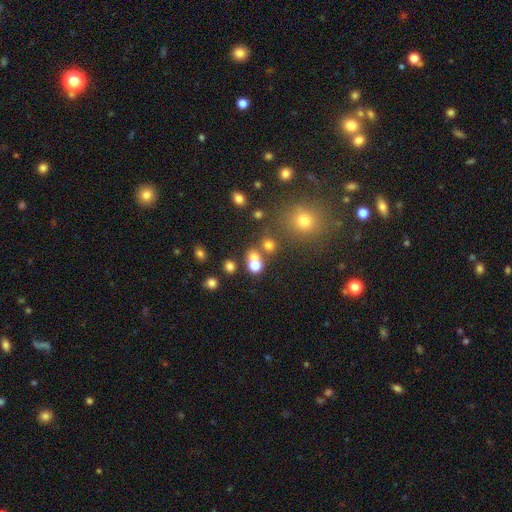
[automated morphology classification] Q: Smooth or featured?
A: smooth (52%); runner-up: star or artifact (37%)
Q: How rounded?
A: round (77%); runner-up: in between (21%)
Q: Merging?
A: none (68%); runner-up: merger (19%)